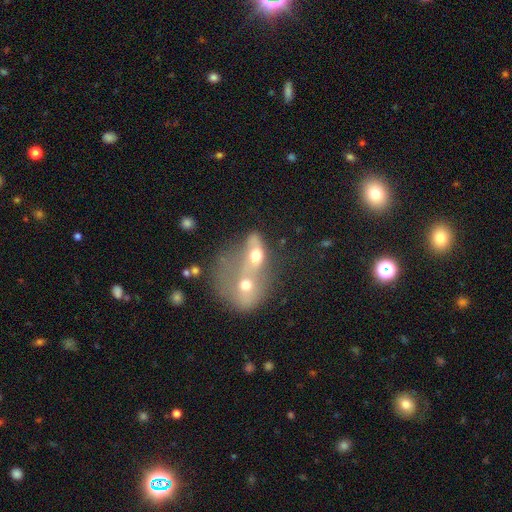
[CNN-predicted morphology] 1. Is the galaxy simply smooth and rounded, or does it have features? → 56% smooth, 32% featured or disk, 12% star or artifact.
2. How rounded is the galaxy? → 62% in between, 34% round, 3% cigar-shaped.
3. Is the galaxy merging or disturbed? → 78% merger, 10% major disturbance, 8% none, 4% minor disturbance.